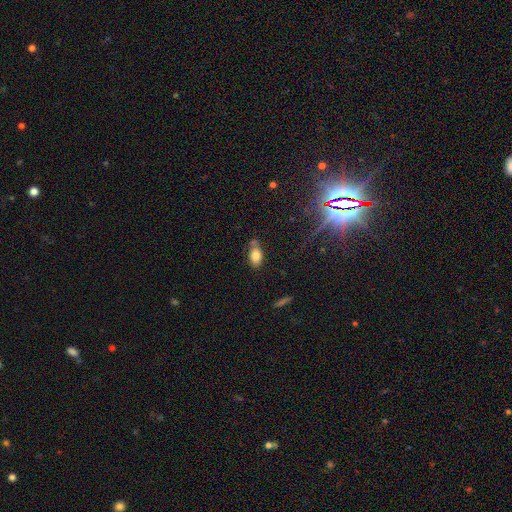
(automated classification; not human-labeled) Smooth or featured? smooth (81%)
How rounded? in between (88%)
Merging? none (61%)